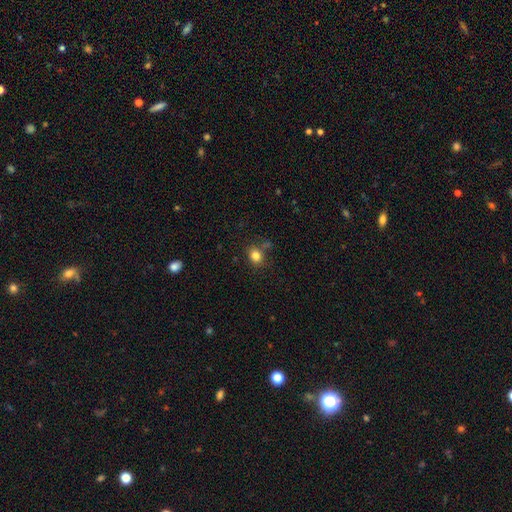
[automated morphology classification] Smooth or featured? Predicted: smooth (p=0.81). How rounded? Predicted: round (p=0.67). Merging? Predicted: none (p=0.74).